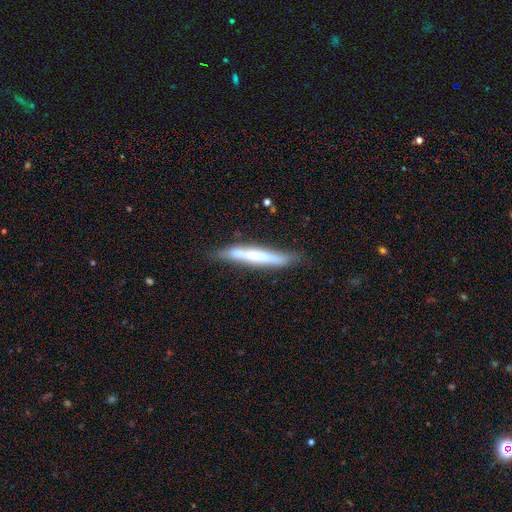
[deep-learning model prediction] smooth 50%, featured or disk 44%, star or artifact 6%. Down the decision tree: merging — none (75%).